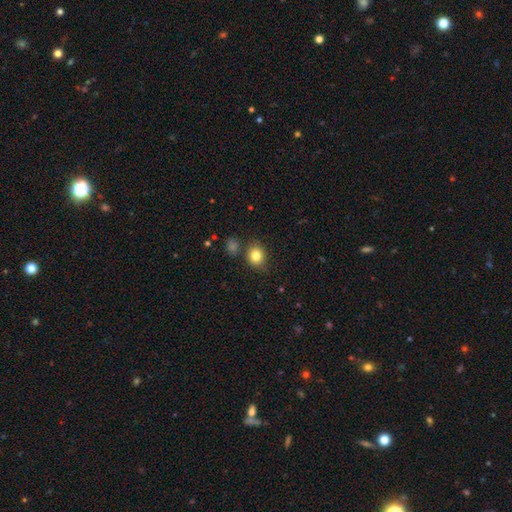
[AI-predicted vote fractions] Smooth or featured? Predicted: smooth (p=0.82). How rounded? Predicted: round (p=0.60). Merging? Predicted: none (p=0.77).